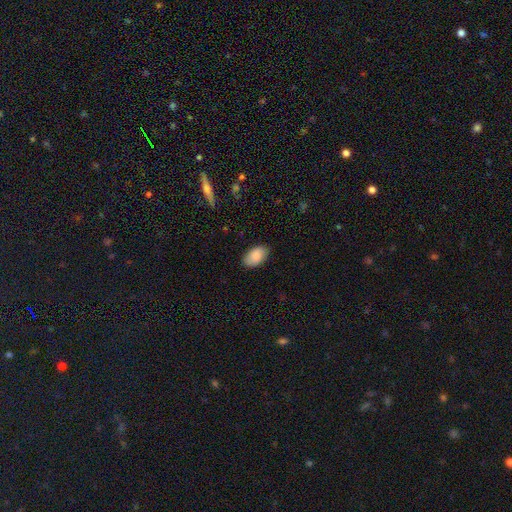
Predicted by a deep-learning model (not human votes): Smooth or featured: smooth — 88% (featured or disk — 6%)
How rounded: in between — 94% (round — 5%)
Merging: none — 85% (minor disturbance — 12%)